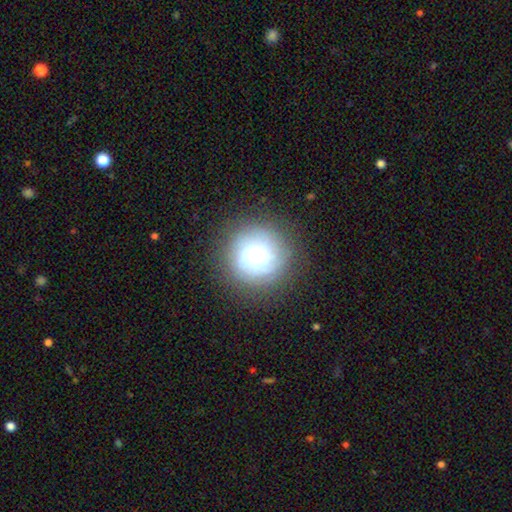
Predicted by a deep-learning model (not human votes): Overall: smooth (44%; featured or disk 43%). Merging: none (81%).